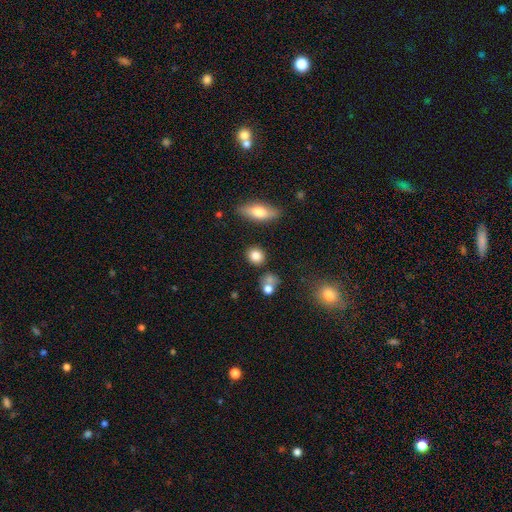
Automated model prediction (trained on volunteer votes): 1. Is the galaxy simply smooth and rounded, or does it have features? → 83% smooth, 10% star or artifact, 7% featured or disk.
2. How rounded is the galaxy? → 71% round, 27% in between, 3% cigar-shaped.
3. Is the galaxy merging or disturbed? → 80% none, 10% minor disturbance, 7% merger, 3% major disturbance.